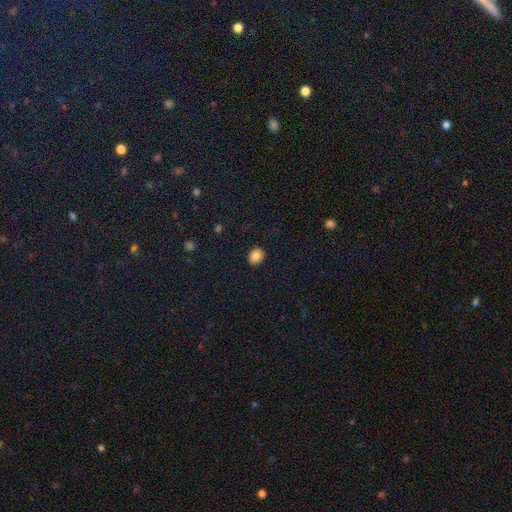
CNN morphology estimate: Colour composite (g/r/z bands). It shows a smooth galaxy with no disk features (85%) that is round (59%). Merging: none (90%).